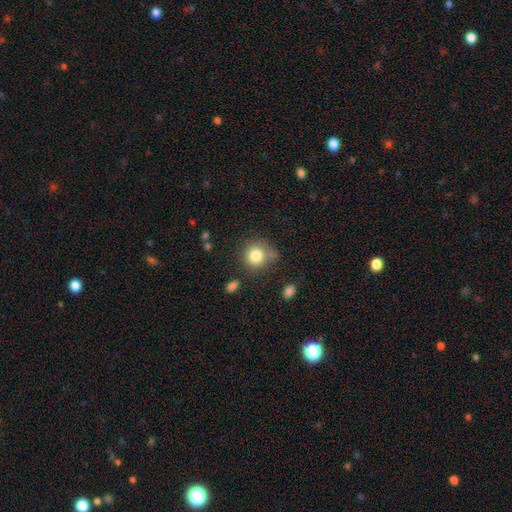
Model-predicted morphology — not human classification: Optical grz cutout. It shows a smooth galaxy with no disk features (81%) that is round (85%). Merging: none (61%).